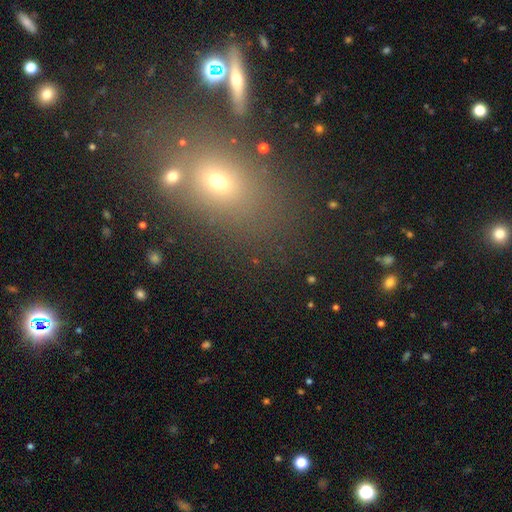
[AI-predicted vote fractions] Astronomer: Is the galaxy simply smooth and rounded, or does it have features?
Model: smooth — 48% (runner-up: star or artifact, 37%).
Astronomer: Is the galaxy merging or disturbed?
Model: none — 71%.